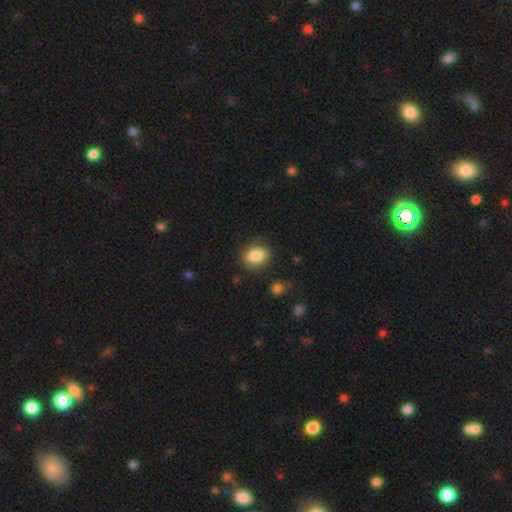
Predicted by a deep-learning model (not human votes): Q: Smooth or featured?
A: smooth (86%); runner-up: star or artifact (8%)
Q: How rounded?
A: in between (63%); runner-up: round (35%)
Q: Merging?
A: none (82%); runner-up: minor disturbance (12%)